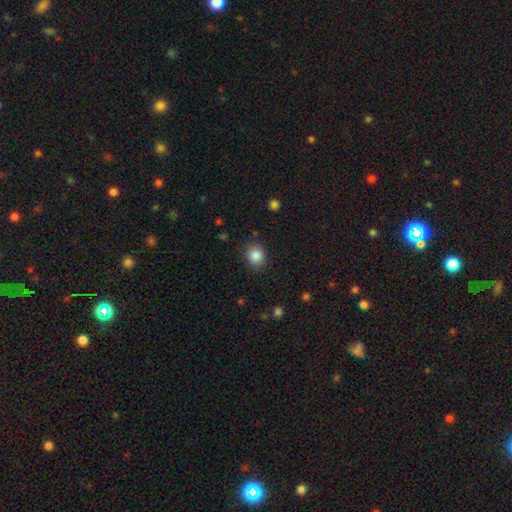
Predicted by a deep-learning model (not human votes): Morphology: type=smooth (86%); roundness=round (80%); merging=none (86%).